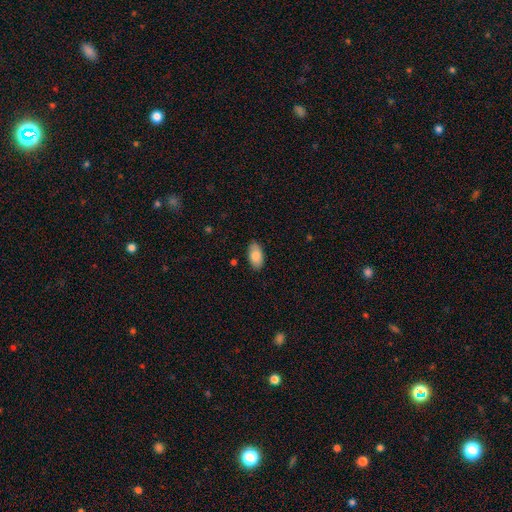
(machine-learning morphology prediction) smooth-or-featured: smooth: 83% | featured or disk: 10% | star or artifact: 7%
  how-rounded: in between: 95% | round: 3% | cigar-shaped: 2%
  merging: none: 86% | minor disturbance: 11% | major disturbance: 2% | merger: 1%